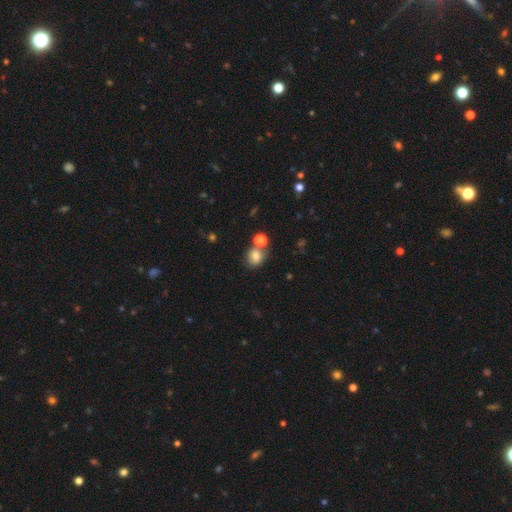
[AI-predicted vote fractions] Smooth or featured?
  - smooth: 77% *
  - star or artifact: 13%
  - featured or disk: 10%
How rounded?
  - round: 72% *
  - in between: 27%
  - cigar-shaped: 1%
Merging?
  - none: 58% *
  - merger: 24%
  - minor disturbance: 13%
  - major disturbance: 5%